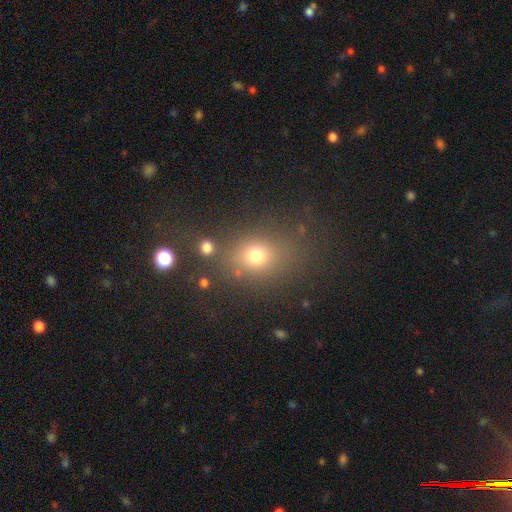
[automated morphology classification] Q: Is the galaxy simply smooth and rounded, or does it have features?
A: smooth — 71%.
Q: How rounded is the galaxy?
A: round — 50%.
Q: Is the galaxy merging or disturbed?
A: none — 72%.